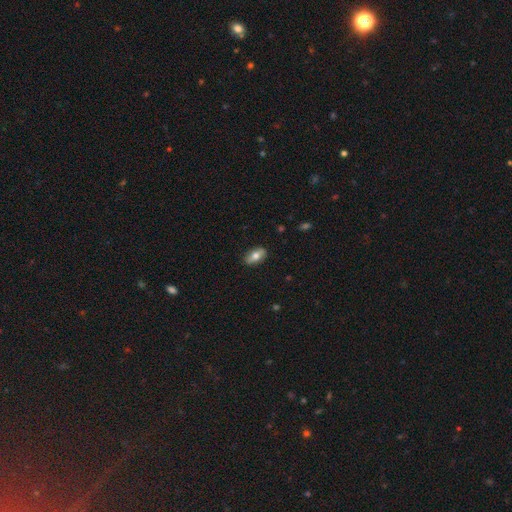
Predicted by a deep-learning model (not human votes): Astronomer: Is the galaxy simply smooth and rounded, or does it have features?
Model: smooth — 68%.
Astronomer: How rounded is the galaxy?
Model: in between — 87%.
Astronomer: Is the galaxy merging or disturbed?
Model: none — 87%.